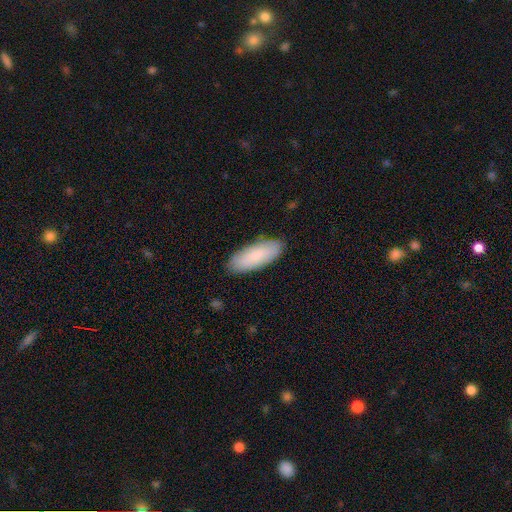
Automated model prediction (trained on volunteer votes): The model was most divided on "how rounded": in between: 75%, cigar-shaped: 24%, round: 2%. More confident: merging — none (86%); smooth or featured — smooth (84%).